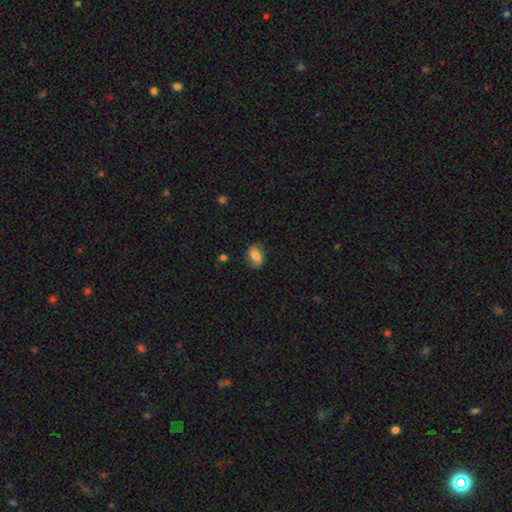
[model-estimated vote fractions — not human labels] Smooth or featured? smooth (78%)
How rounded? in between (80%)
Merging? none (78%)